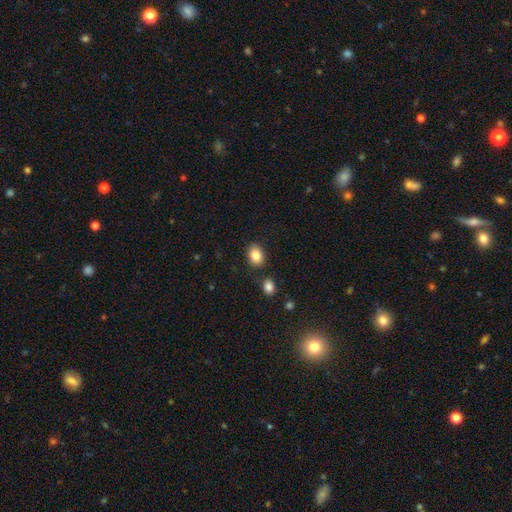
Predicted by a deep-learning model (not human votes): smooth_or_featured: smooth (p=0.85) [alt: star or artifact p=0.08]
how_rounded: in between (p=0.72) [alt: round p=0.27]
merging: none (p=0.81) [alt: minor disturbance p=0.11]